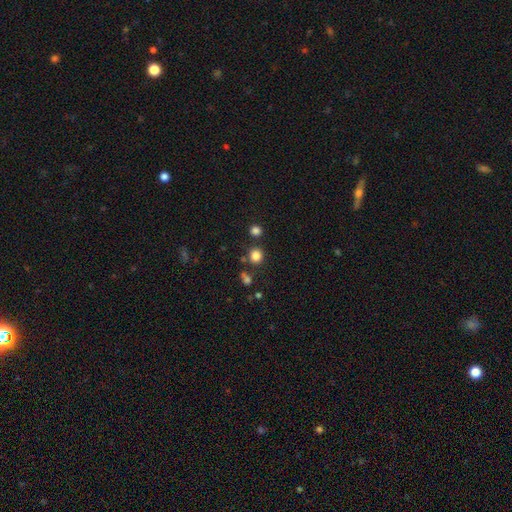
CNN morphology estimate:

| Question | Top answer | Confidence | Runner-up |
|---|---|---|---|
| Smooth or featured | smooth | 82% | star or artifact (14%) |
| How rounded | round | 87% | in between (12%) |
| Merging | none | 80% | merger (9%) |